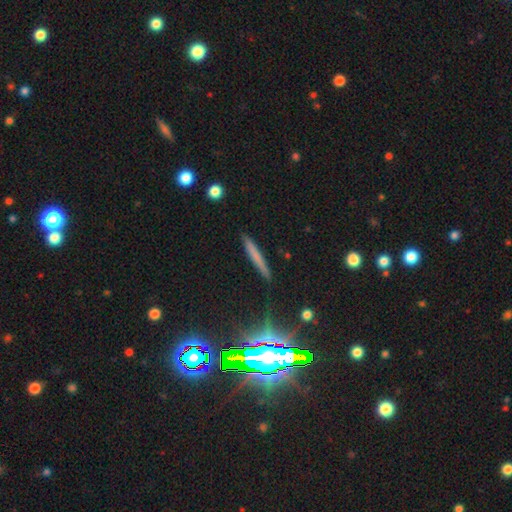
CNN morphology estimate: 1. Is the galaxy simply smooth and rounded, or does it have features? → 60% smooth, 26% featured or disk, 14% star or artifact.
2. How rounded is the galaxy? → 94% cigar-shaped, 4% in between, 2% round.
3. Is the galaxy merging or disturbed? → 89% none, 8% minor disturbance, 2% major disturbance, 1% merger.